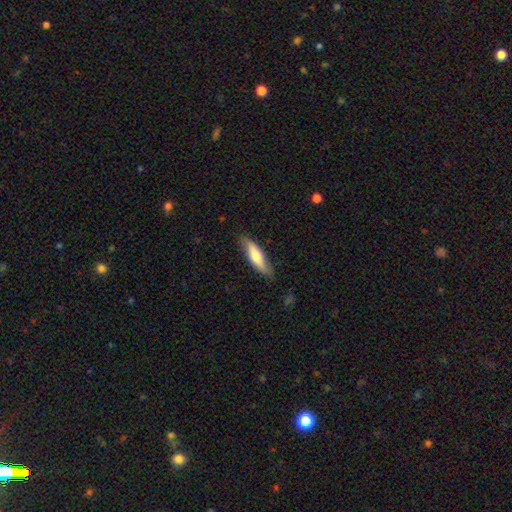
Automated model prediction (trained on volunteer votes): This appears to be a smooth galaxy with no disk features (66%) that is cigar-shaped (59%). Merging: none (78%).